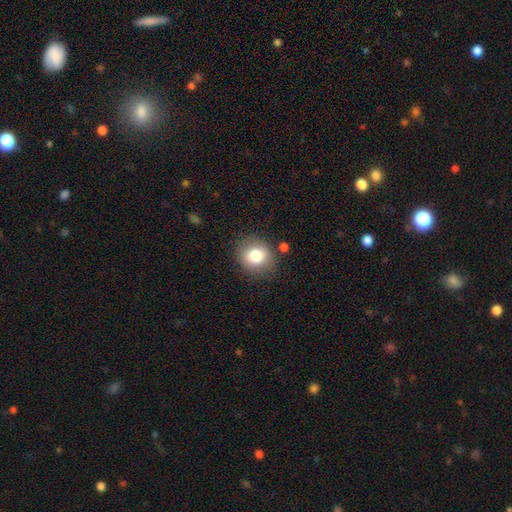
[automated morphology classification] Smooth or featured?
  - smooth: 79% *
  - featured or disk: 11%
  - star or artifact: 10%
How rounded?
  - round: 77% *
  - in between: 22%
  - cigar-shaped: 1%
Merging?
  - none: 83% *
  - minor disturbance: 11%
  - major disturbance: 3%
  - merger: 3%